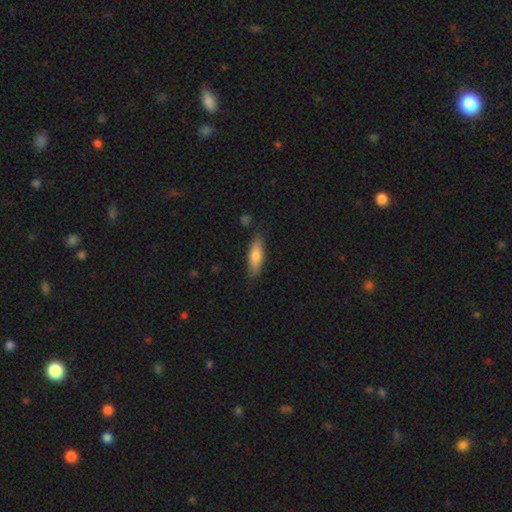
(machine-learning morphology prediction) A smooth galaxy with no disk features (75%) that is in between round and cigar-shaped (56%). Merging: none (81%).